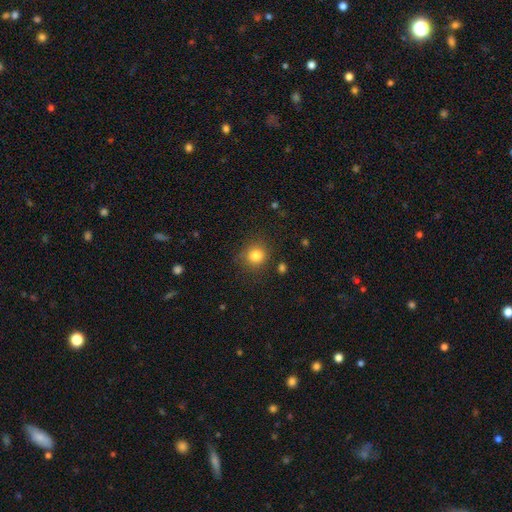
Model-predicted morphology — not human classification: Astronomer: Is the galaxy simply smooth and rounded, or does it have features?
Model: smooth — 83%.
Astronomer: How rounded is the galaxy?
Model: round — 88%.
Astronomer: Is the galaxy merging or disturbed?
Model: none — 85%.